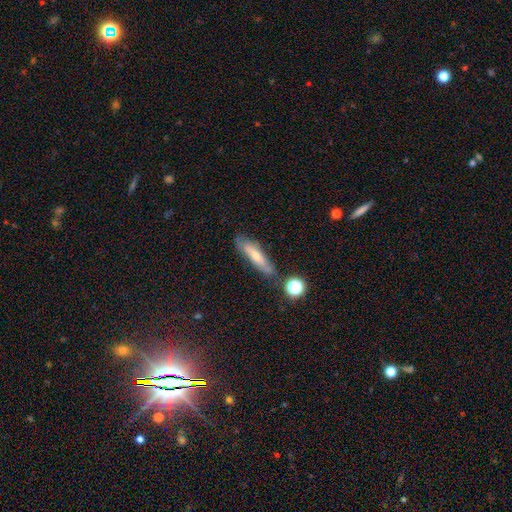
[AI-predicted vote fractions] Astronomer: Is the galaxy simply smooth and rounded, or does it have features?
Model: smooth — 52% (runner-up: featured or disk, 38%).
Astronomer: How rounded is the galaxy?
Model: cigar-shaped — 74%.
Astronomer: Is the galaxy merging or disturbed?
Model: none — 73%.